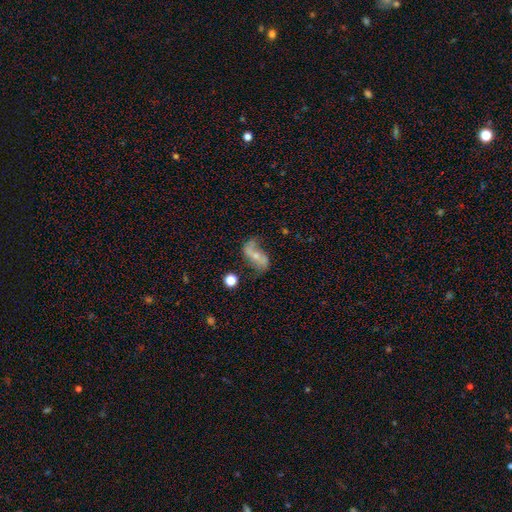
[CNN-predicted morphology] Smooth or featured? Predicted: featured or disk (p=0.70). Edge-on disk? Predicted: no (p=0.95). Bar? Predicted: no (p=0.49). Spiral arms? Predicted: yes (p=0.84). Spiral winding? Predicted: loose (p=0.74). Spiral arm count? Predicted: 2 (p=0.88). Bulge size? Predicted: small (p=0.55). Merging? Predicted: none (p=0.55).